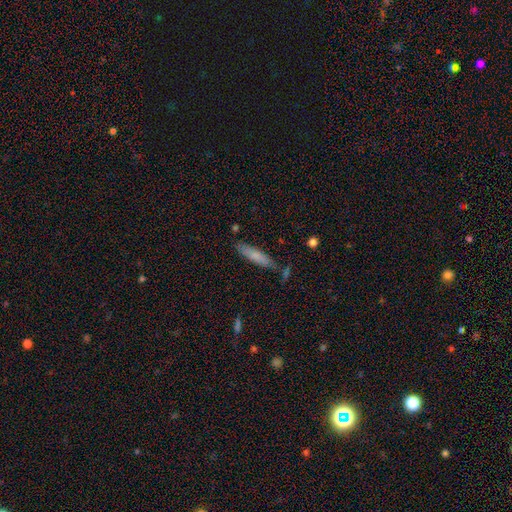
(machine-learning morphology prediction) Smooth or featured: smooth — 73% (featured or disk — 20%)
How rounded: cigar-shaped — 82% (in between — 17%)
Merging: none — 76% (minor disturbance — 16%)